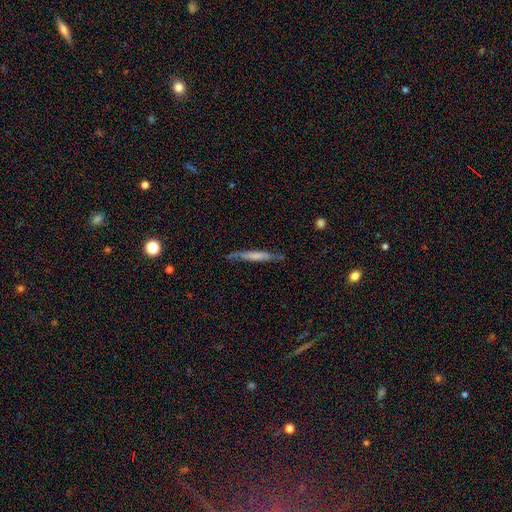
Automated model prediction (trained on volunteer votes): Smooth or featured: smooth — 51% (featured or disk — 42%)
How rounded: cigar-shaped — 94% (in between — 5%)
Merging: none — 74% (minor disturbance — 19%)